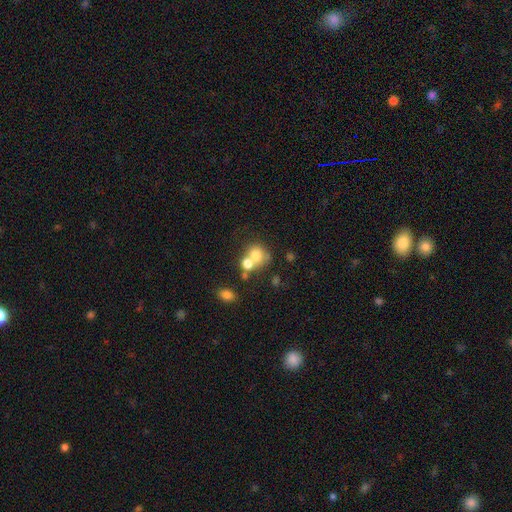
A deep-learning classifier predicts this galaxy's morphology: smooth_or_featured: smooth (p=0.71) [alt: featured or disk p=0.17]
how_rounded: round (p=0.72) [alt: in between p=0.27]
merging: merger (p=0.52) [alt: none p=0.33]